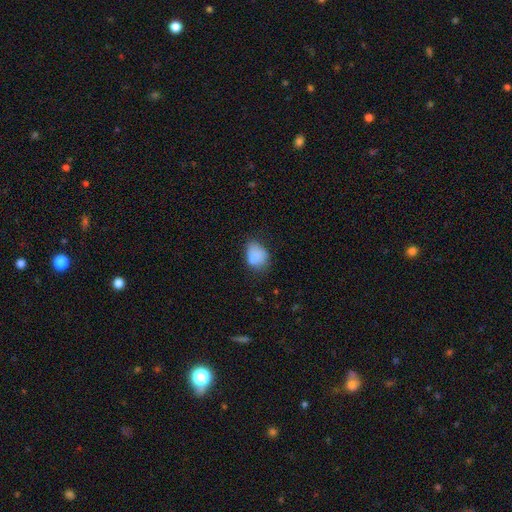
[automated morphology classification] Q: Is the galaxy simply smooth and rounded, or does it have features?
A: smooth — 81%.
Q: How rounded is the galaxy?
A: in between — 63%.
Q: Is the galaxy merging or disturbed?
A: none — 51%.